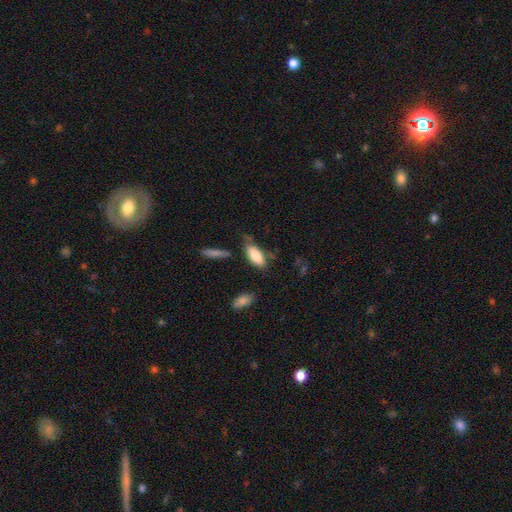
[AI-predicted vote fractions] Morphology: type=smooth (82%); roundness=in between (79%); merging=none (56%).